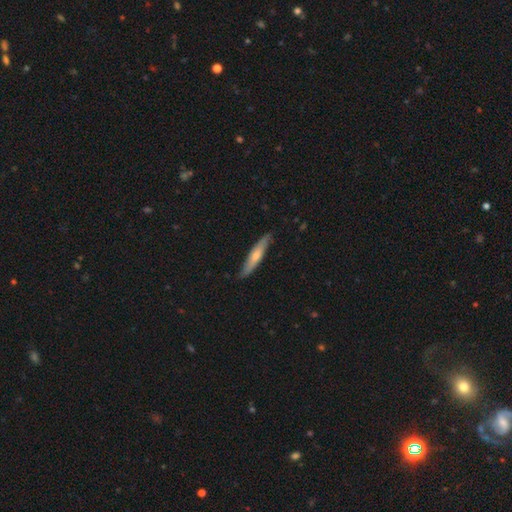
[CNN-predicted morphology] This is possibly a smooth galaxy (56%). How rounded: clearly cigar-shaped (87%). Merging: clearly none (82%).